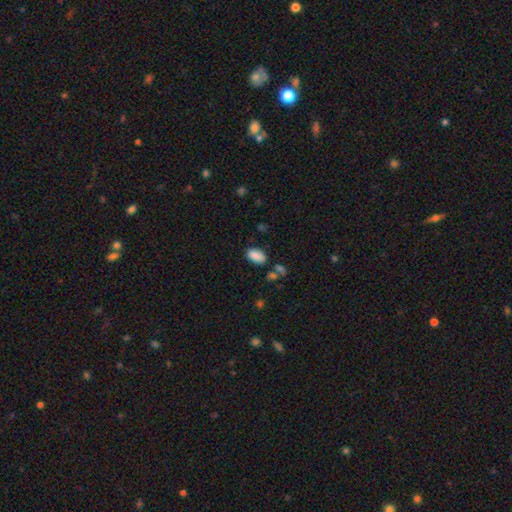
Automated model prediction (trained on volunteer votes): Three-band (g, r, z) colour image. It shows a smooth galaxy with no disk features (86%) that is in between round and cigar-shaped (92%). Merging: none (72%).